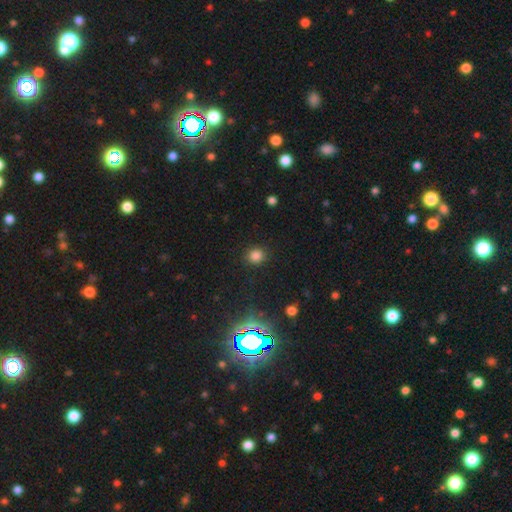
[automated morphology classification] Overall: smooth (81%). How rounded: round (78%). Merging: none (89%).